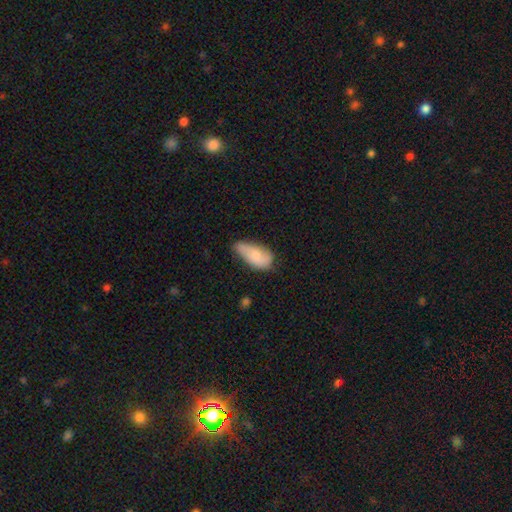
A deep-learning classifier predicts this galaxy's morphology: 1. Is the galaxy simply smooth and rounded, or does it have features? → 71% smooth, 22% featured or disk, 7% star or artifact.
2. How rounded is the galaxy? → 89% in between, 8% cigar-shaped, 3% round.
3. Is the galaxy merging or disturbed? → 43% minor disturbance, 38% none, 15% major disturbance, 4% merger.